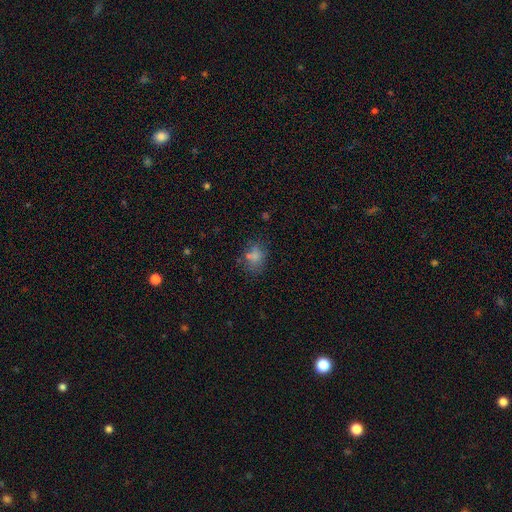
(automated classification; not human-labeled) Overall: smooth (66%). How rounded: in between (55%; round 43%). Merging: none (66%).